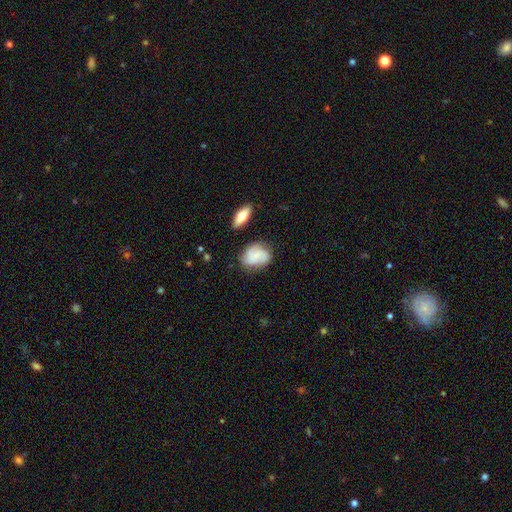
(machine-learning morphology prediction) Smooth or featured: smooth — 52% (featured or disk — 40%)
How rounded: in between — 67% (round — 31%)
Merging: none — 64% (minor disturbance — 25%)